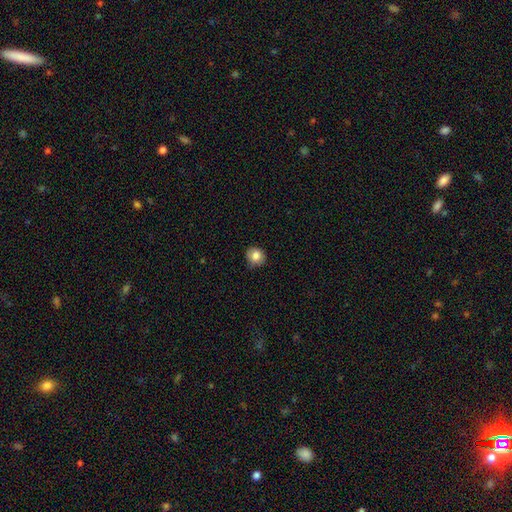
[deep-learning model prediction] Q: Smooth or featured?
A: smooth (83%); runner-up: star or artifact (10%)
Q: How rounded?
A: round (87%); runner-up: in between (13%)
Q: Merging?
A: none (81%); runner-up: minor disturbance (16%)